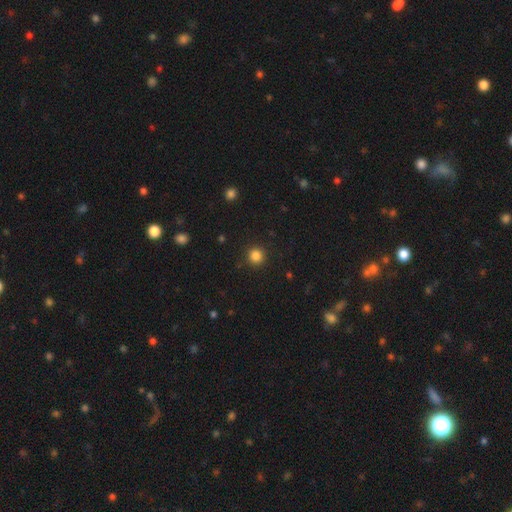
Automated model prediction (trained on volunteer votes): This is clearly a smooth galaxy (84%). How rounded: clearly round (95%). Merging: clearly none (91%).